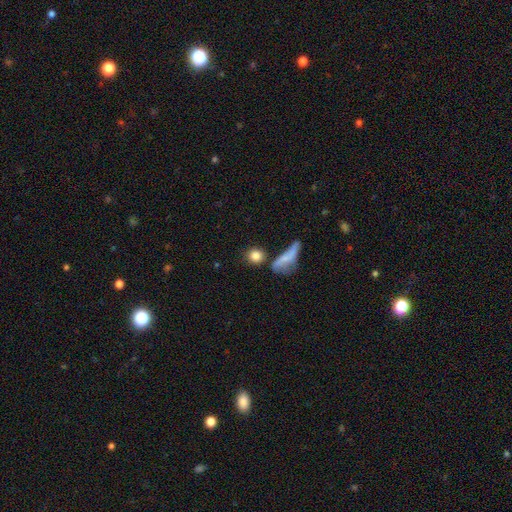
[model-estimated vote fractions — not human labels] Overall: smooth (80%). How rounded: round (77%). Merging: none (61%).